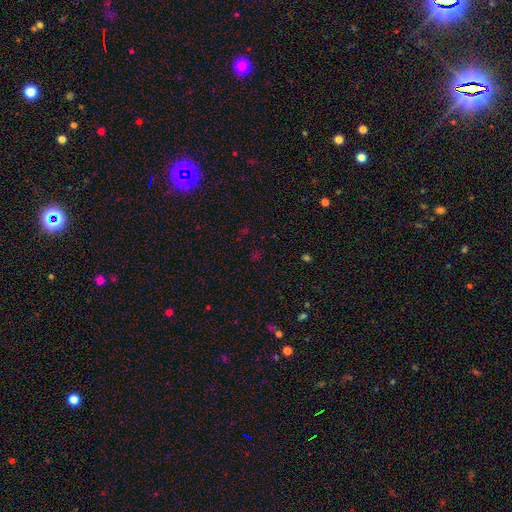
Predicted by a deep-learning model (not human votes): This is likely a star or artifact rather than a galaxy (61%).